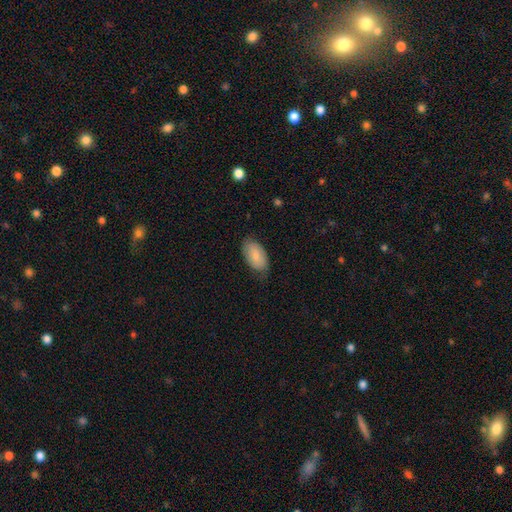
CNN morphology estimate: A smooth galaxy with no disk features (79%) that is in between round and cigar-shaped (95%). Merging: none (71%).